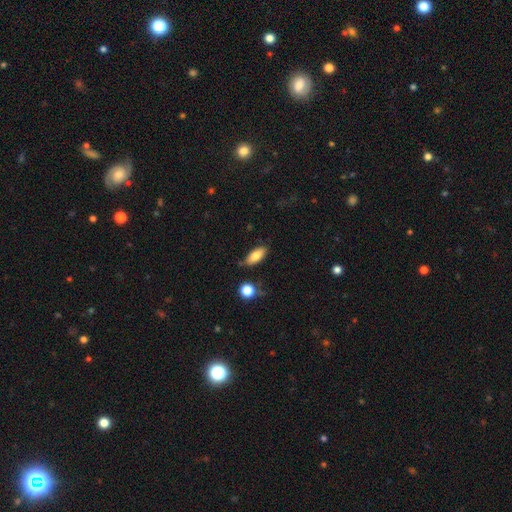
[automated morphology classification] Smooth or featured: smooth — 79% (featured or disk — 14%)
How rounded: in between — 83% (cigar-shaped — 14%)
Merging: none — 77% (minor disturbance — 15%)